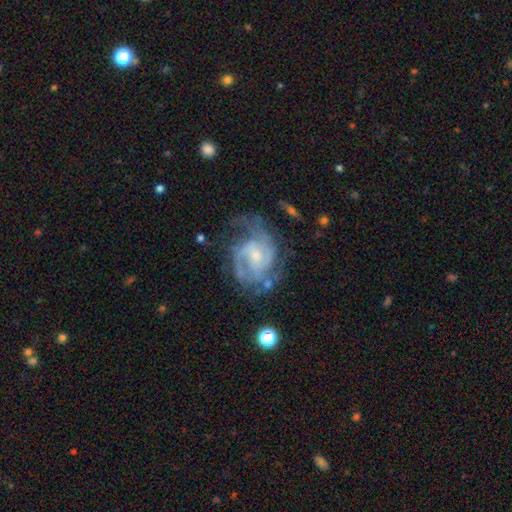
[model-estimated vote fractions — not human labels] A featured or disk galaxy (86%) with a weak bar (49%), 2 (52%) medium (46%) spiral arms (94%) and a small central bulge (50%).

Vote fractions:
- Smooth or featured? featured or disk: 86% / smooth: 8% / star or artifact: 6%
- Edge-on disk? no: 98% / yes: 2%
- Bar? weak: 49% / no: 42% / strong: 9%
- Spiral arms? yes: 94% / no: 6%
- Spiral winding? medium: 46% / tight: 41% / loose: 13%
- Spiral arm count? 2: 52% / can't tell: 19% / 3: 17% / 1: 5% / 4: 4% / more than 4: 3%
- Bulge size? small: 50% / moderate: 37% / none: 9% / large: 3% / dominant: 1%
- Merging? none: 54% / minor disturbance: 23% / major disturbance: 20% / merger: 3%